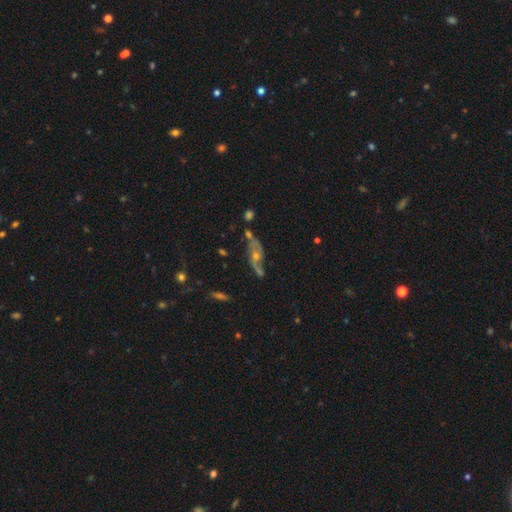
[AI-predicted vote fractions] The model was most divided on "bulge size": moderate: 50%, small: 41%, none: 4%, large: 3%, dominant: 1%. More confident: edge-on disk — no (79%); spiral arms — yes (77%); bar — no (71%); smooth or featured — featured or disk (69%); merging — none (56%).